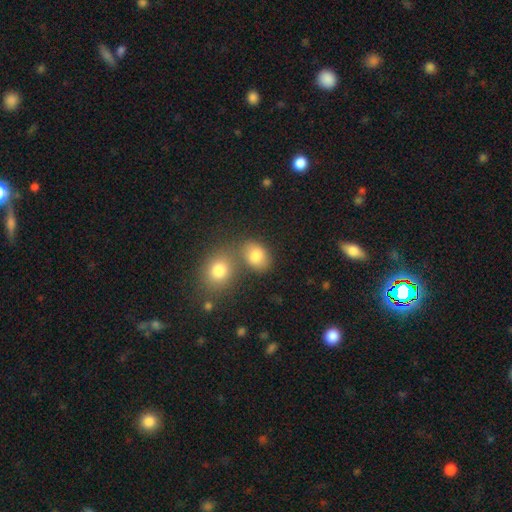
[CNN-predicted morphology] The model was most divided on "how rounded": in between: 57%, round: 42%, cigar-shaped: 1%. More confident: smooth or featured — smooth (80%); merging — none (55%).